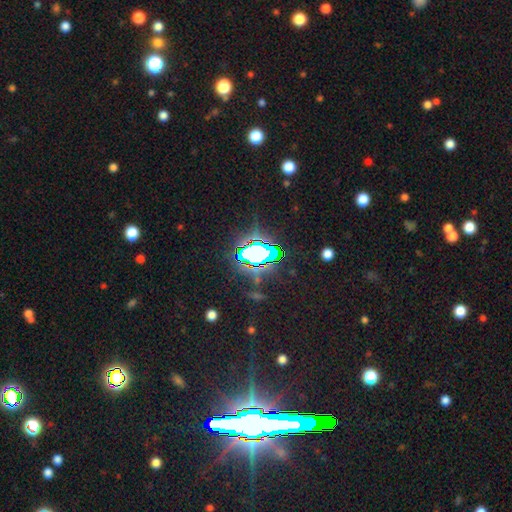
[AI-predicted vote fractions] Morphology: type=star or artifact (70%).